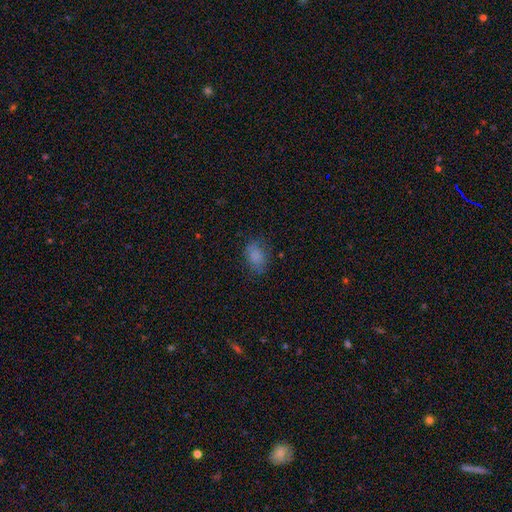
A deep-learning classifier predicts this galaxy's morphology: A smooth galaxy with no disk features (81%) that is in between round and cigar-shaped (82%).

Vote fractions:
- Smooth or featured? smooth: 81% / star or artifact: 11% / featured or disk: 8%
- How rounded? in between: 82% / round: 17% / cigar-shaped: 2%
- Merging? none: 72% / minor disturbance: 19% / major disturbance: 7% / merger: 1%